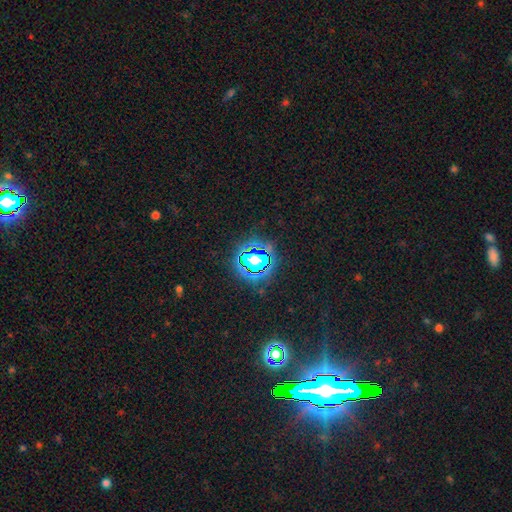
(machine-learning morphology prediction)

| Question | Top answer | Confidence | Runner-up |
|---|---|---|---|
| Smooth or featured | star or artifact | 83% | smooth (10%) |